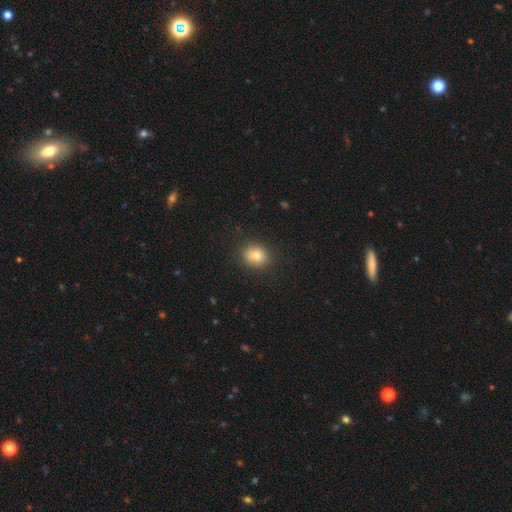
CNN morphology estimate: Smooth or featured?
  - smooth: 80% *
  - star or artifact: 11%
  - featured or disk: 9%
How rounded?
  - round: 69% *
  - in between: 30%
  - cigar-shaped: 1%
Merging?
  - none: 90% *
  - minor disturbance: 7%
  - major disturbance: 2%
  - merger: 1%